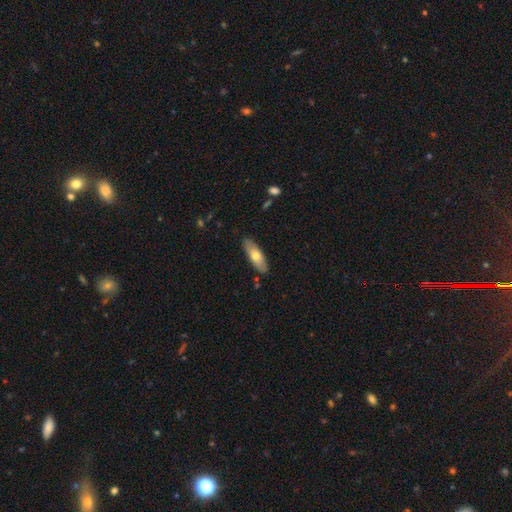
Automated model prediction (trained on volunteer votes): Smooth or featured?
  - smooth: 65% *
  - featured or disk: 30%
  - star or artifact: 5%
How rounded?
  - in between: 59% *
  - cigar-shaped: 39%
  - round: 2%
Merging?
  - none: 87% *
  - minor disturbance: 10%
  - major disturbance: 2%
  - merger: 1%